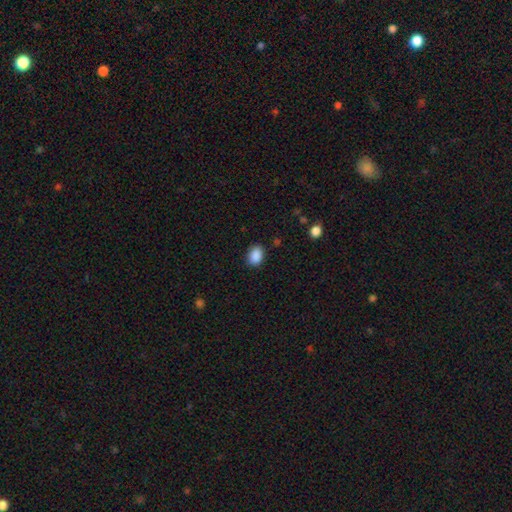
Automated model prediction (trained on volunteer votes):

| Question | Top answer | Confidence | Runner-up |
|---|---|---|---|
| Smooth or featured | smooth | 89% | star or artifact (8%) |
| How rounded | in between | 75% | round (24%) |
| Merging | none | 85% | minor disturbance (11%) |